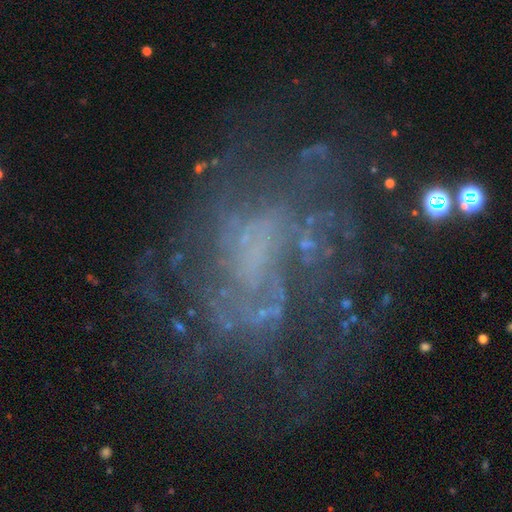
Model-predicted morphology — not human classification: The model was most divided on "merging": none: 56%, major disturbance: 24%, minor disturbance: 17%, merger: 3%. More confident: edge-on disk — no (97%); smooth or featured — featured or disk (73%); spiral arms — yes (68%); bar — no (66%); bulge size — none (60%).